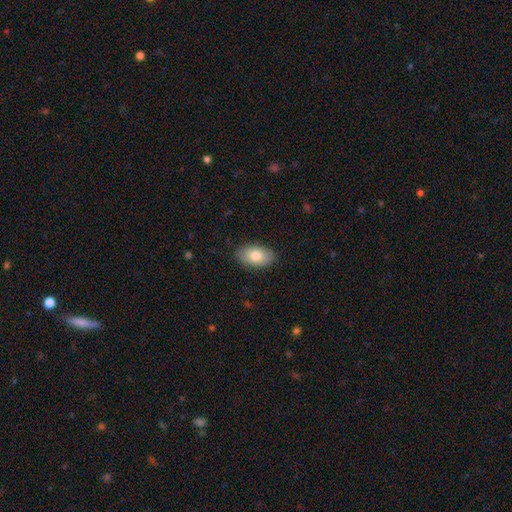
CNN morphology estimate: Smooth or featured? smooth (79%)
How rounded? in between (92%)
Merging? none (86%)